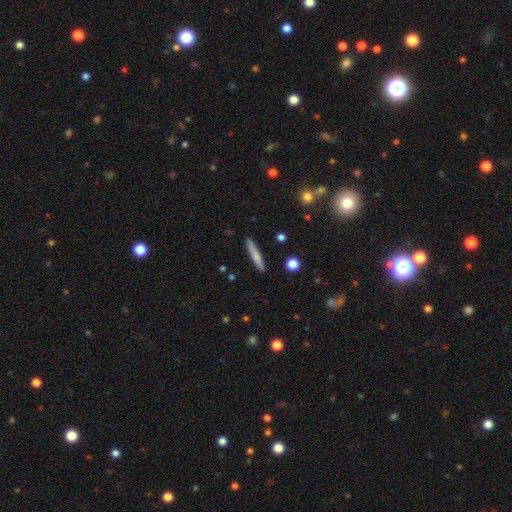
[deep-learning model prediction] This appears to be a smooth galaxy with no disk features (68%) that is cigar-shaped (92%). Merging: none (89%).